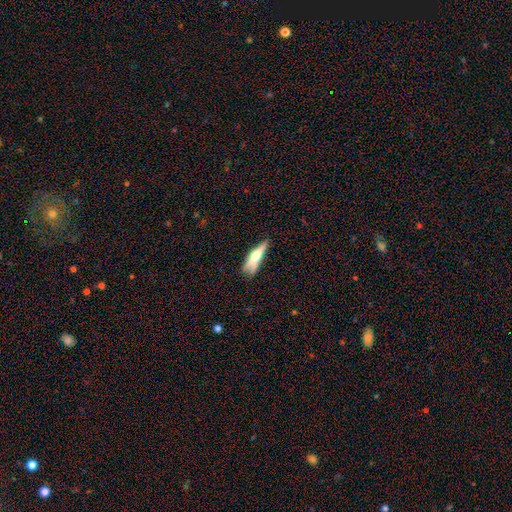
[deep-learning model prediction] This is possibly a smooth galaxy (48%). Merging: possibly none (52%).